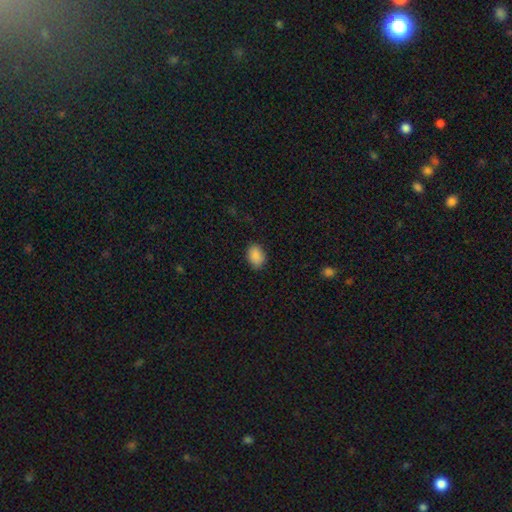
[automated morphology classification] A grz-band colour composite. It shows a smooth galaxy with no disk features (88%) that is in between round and cigar-shaped (71%). Merging: none (84%).